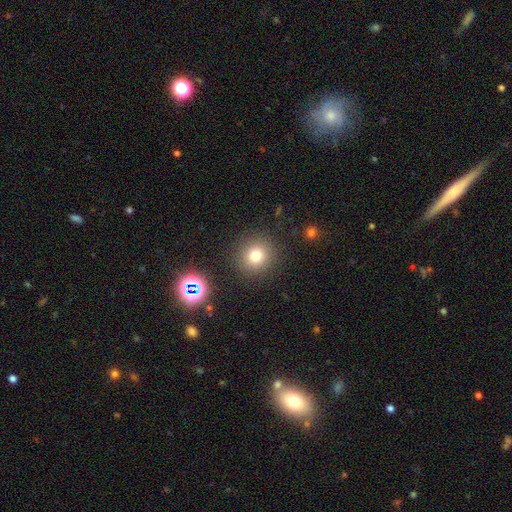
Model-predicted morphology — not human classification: smooth 77%, star or artifact 15%, featured or disk 8%. Down the decision tree: how rounded — round (91%); merging — none (88%).